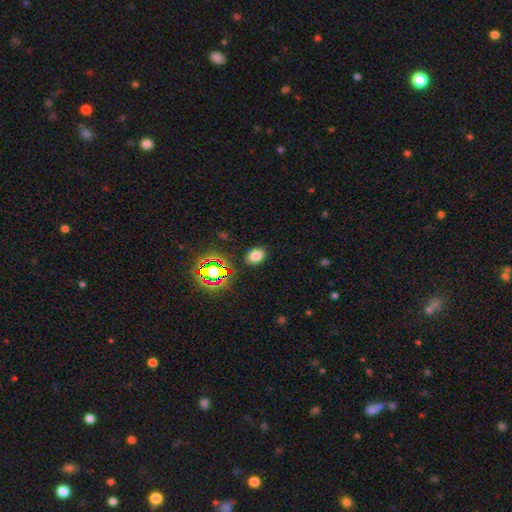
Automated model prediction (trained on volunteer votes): A smooth galaxy with no disk features (73%) that is in between round and cigar-shaped (65%). Merging: none (86%).